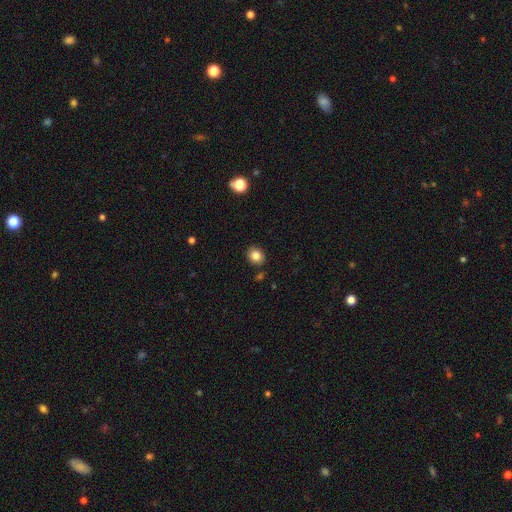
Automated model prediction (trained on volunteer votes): Smooth or featured: smooth — 84% (star or artifact — 10%)
How rounded: round — 71% (in between — 28%)
Merging: none — 87% (minor disturbance — 8%)